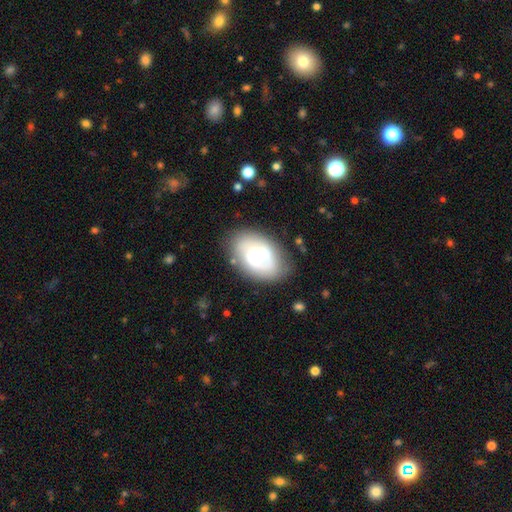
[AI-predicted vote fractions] Smooth or featured: featured or disk — 59% (smooth — 34%)
Edge-on disk: no — 96% (yes — 4%)
Bar: no — 50% (weak — 40%)
Spiral arms: yes — 76% (no — 24%)
Bulge size: moderate — 51% (small — 34%)
Merging: none — 73% (minor disturbance — 18%)